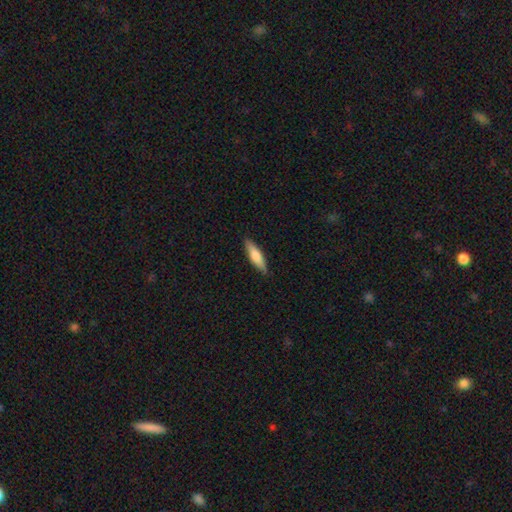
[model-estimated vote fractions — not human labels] Overall: smooth (72%). How rounded: cigar-shaped (65%; in between 34%). Merging: none (86%).